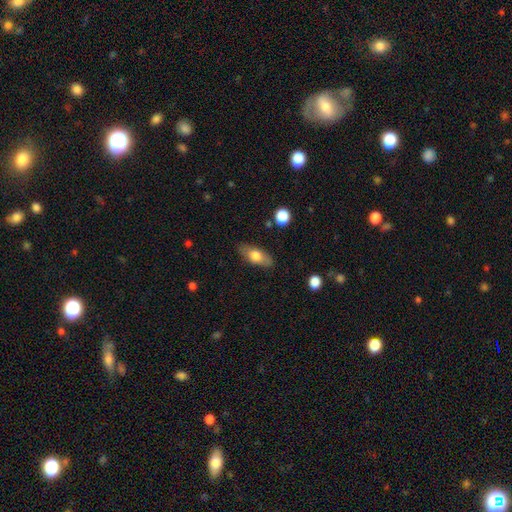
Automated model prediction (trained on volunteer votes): Morphology: type=smooth (67%); roundness=in between (77%); merging=none (83%).